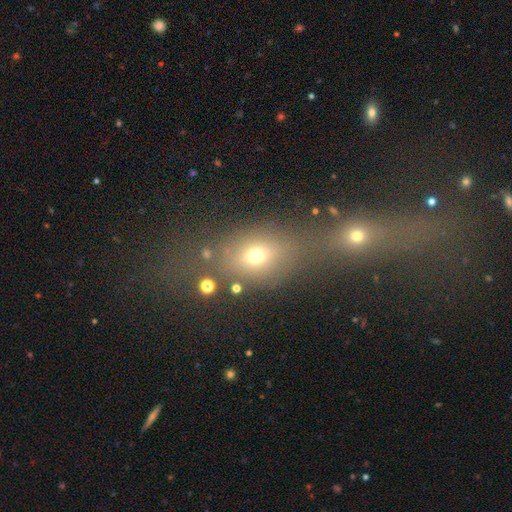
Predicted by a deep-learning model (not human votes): This is likely a smooth galaxy (64%). How rounded: possibly in between (58%). Merging: marginally merger (45%).